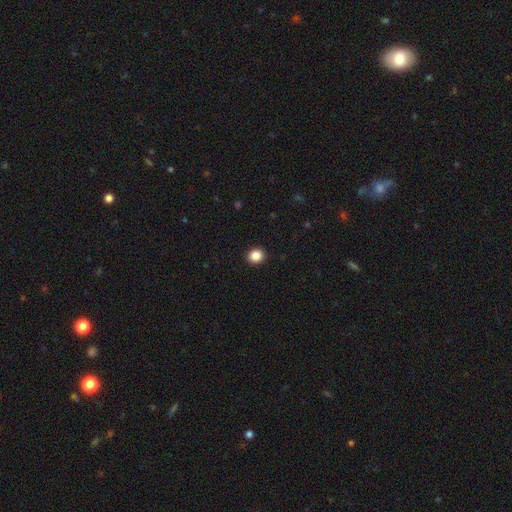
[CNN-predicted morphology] smooth_or_featured: smooth (p=0.87) [alt: star or artifact p=0.10]
how_rounded: round (p=0.81) [alt: in between p=0.18]
merging: none (p=0.93) [alt: minor disturbance p=0.05]